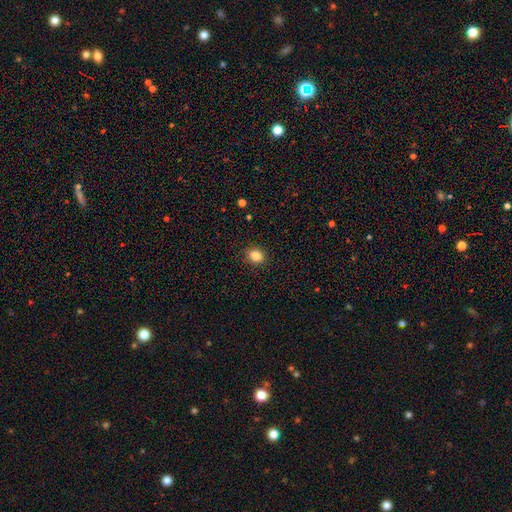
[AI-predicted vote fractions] smooth 85%, star or artifact 11%, featured or disk 5%. Down the decision tree: how rounded — round (63%); merging — none (89%).